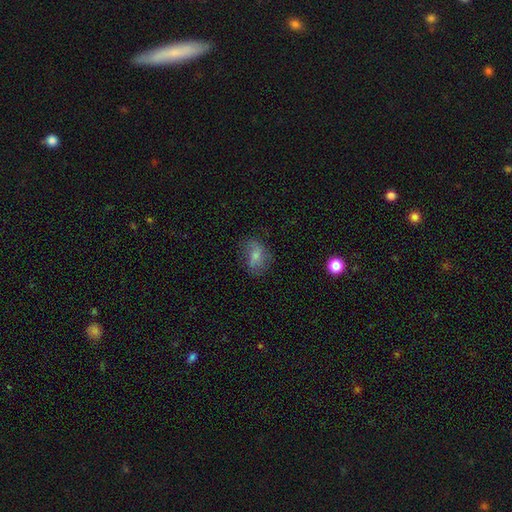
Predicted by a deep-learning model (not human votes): Q: Smooth or featured?
A: smooth (62%); runner-up: featured or disk (27%)
Q: How rounded?
A: in between (72%); runner-up: round (26%)
Q: Merging?
A: none (60%); runner-up: minor disturbance (25%)